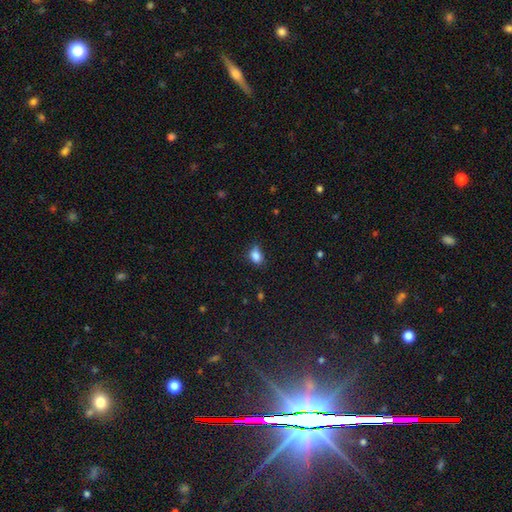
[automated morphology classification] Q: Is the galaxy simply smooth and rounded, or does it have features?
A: smooth — 85%.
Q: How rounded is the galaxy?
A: in between — 72%.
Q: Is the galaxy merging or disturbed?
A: none — 60%.